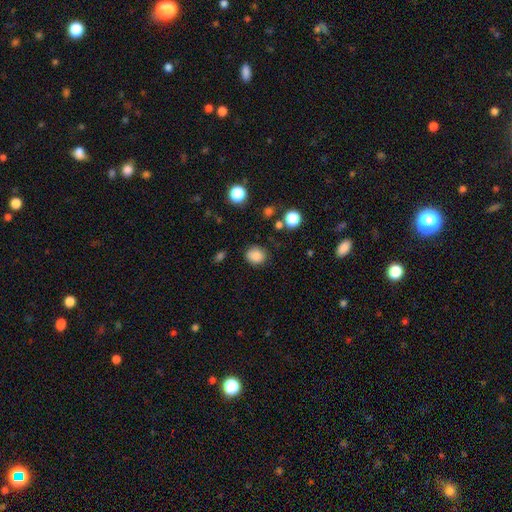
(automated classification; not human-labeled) A smooth galaxy with no disk features (85%) that is round (73%). Merging: none (81%).